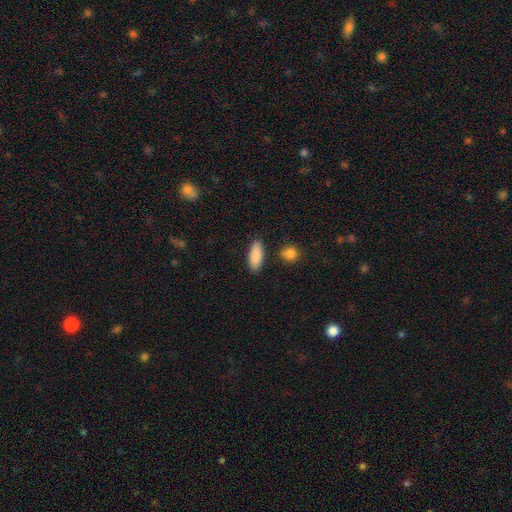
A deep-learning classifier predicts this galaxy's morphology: Smooth or featured: smooth — 88% (star or artifact — 6%)
How rounded: in between — 78% (cigar-shaped — 20%)
Merging: none — 84% (minor disturbance — 10%)